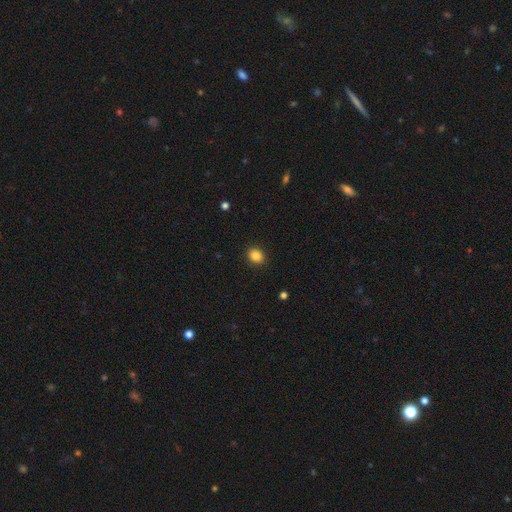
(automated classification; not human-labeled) This appears to be a smooth galaxy with no disk features (86%) that is round (64%). Merging: none (91%).